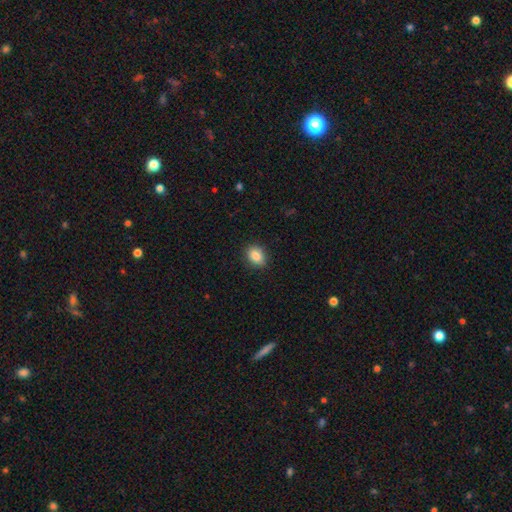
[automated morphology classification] Smooth or featured? Predicted: smooth (p=0.86). How rounded? Predicted: in between (p=0.66). Merging? Predicted: none (p=0.89).